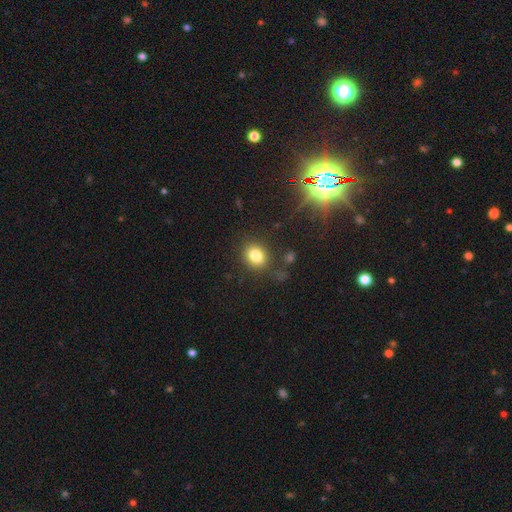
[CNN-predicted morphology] This appears to be a smooth galaxy with no disk features (81%) that is round (58%). Merging: none (82%).